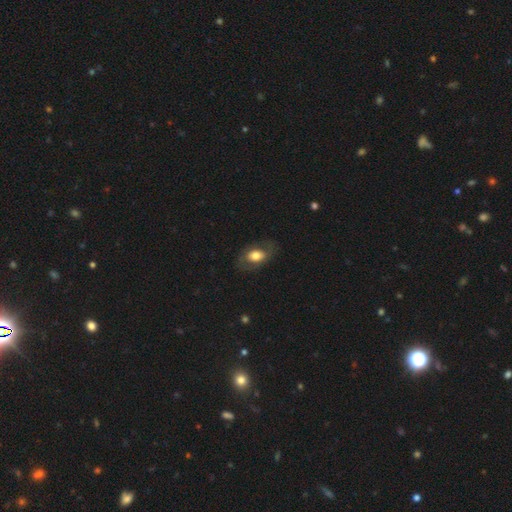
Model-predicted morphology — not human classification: This appears to be a smooth galaxy with no disk features (62%) that is in between round and cigar-shaped (84%). Merging: none (74%).